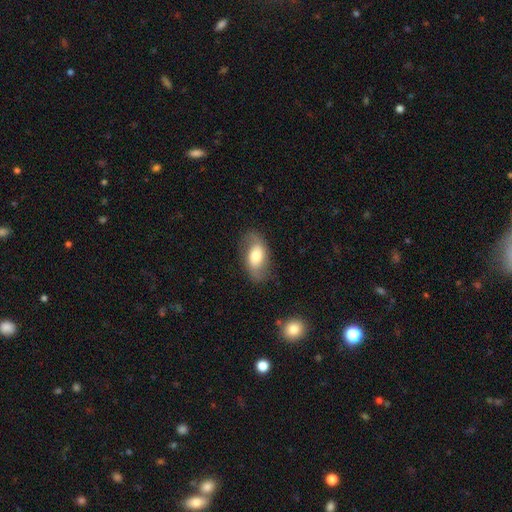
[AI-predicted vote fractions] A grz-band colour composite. It shows a smooth galaxy with no disk features (51%) that is in between round and cigar-shaped (90%). Merging: none (74%).